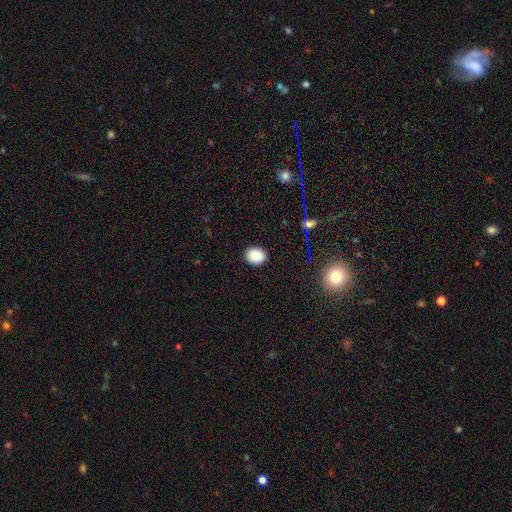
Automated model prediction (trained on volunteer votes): Overall: smooth (87%). How rounded: in between (52%; round 47%). Merging: none (90%).